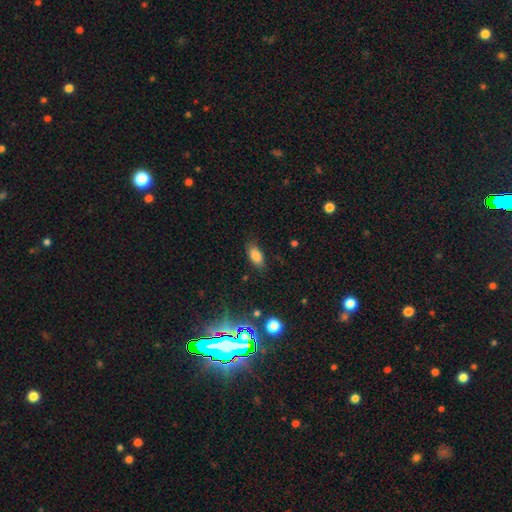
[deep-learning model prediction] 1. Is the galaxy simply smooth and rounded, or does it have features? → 81% smooth, 11% star or artifact, 8% featured or disk.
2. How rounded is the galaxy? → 88% in between, 8% cigar-shaped, 4% round.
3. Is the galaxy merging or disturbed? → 81% none, 14% minor disturbance, 4% major disturbance, 1% merger.